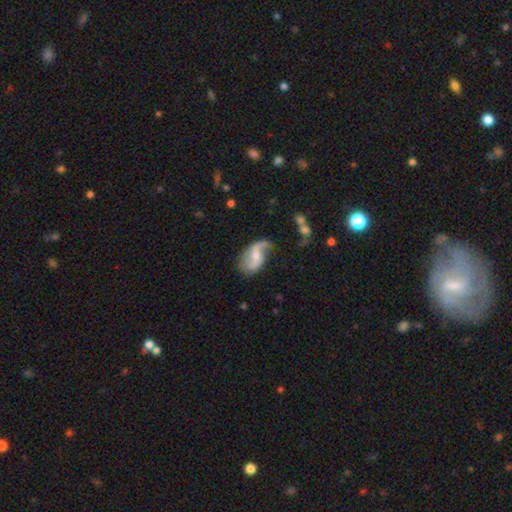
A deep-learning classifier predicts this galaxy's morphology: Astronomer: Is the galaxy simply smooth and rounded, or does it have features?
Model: featured or disk — 74%.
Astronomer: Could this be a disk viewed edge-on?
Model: no — 96%.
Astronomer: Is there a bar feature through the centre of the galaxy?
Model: weak — 43% (runner-up: no, 42%).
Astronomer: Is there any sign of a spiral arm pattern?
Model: yes — 89%.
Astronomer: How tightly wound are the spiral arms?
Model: loose — 72%.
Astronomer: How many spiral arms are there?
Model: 2 — 77%.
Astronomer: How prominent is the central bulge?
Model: moderate — 47% (runner-up: small, 46%).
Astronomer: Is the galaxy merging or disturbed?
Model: none — 49% (runner-up: minor disturbance, 29%).